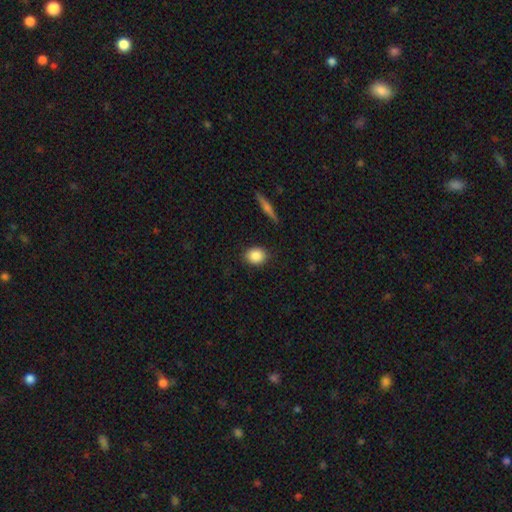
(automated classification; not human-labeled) smooth 87%, star or artifact 8%, featured or disk 5%. Down the decision tree: how rounded — round (59%); merging — none (88%).